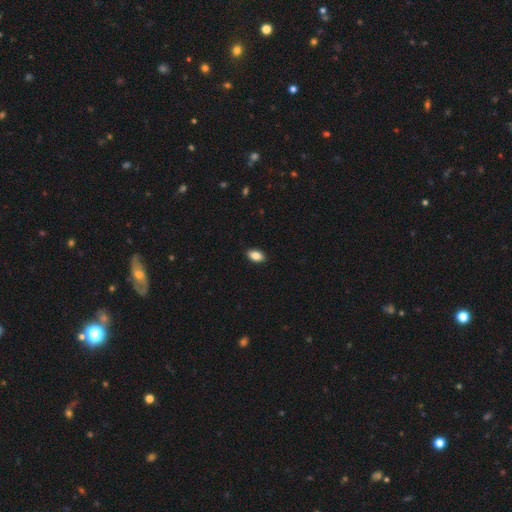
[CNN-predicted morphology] Smooth or featured: smooth — 87% (star or artifact — 8%)
How rounded: in between — 91% (round — 6%)
Merging: none — 90% (minor disturbance — 8%)